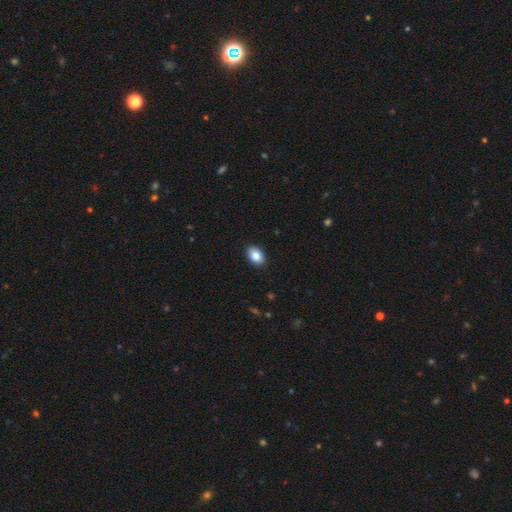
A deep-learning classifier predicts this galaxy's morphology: Smooth or featured: smooth — 87% (star or artifact — 8%)
How rounded: in between — 86% (round — 13%)
Merging: none — 90% (minor disturbance — 8%)